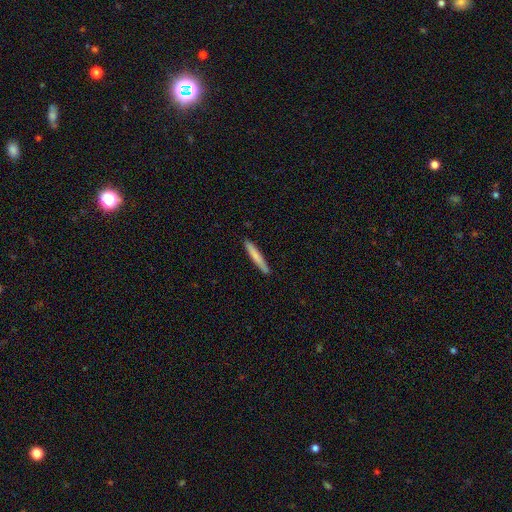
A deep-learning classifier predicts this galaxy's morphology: smooth 75%, featured or disk 20%, star or artifact 5%. Down the decision tree: how rounded — cigar-shaped (95%); merging — none (89%).